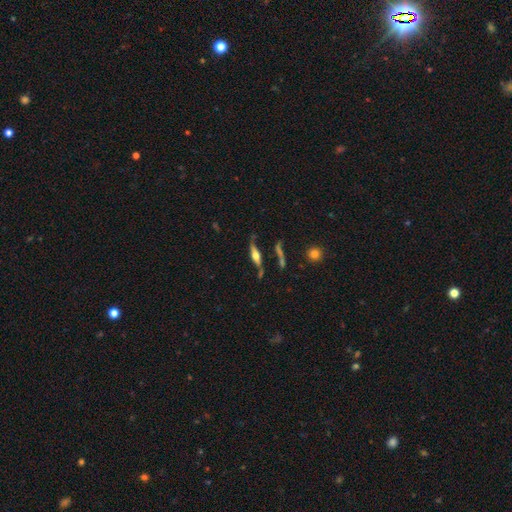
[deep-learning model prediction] This appears to be a featured or disk galaxy (74%) viewed edge-on (85%) with a rounded central bulge (90%). Merging: none (64%).